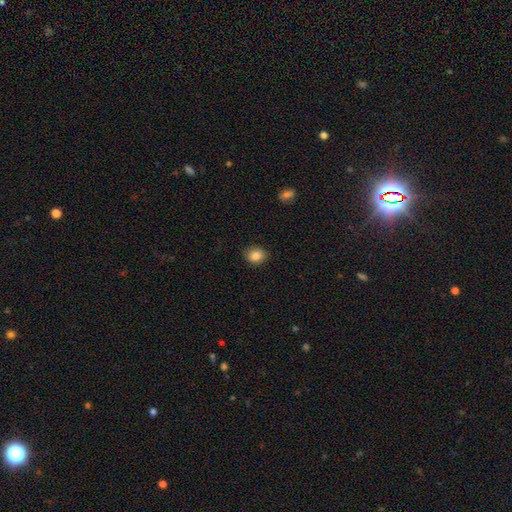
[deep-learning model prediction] A smooth galaxy with no disk features (85%) that is round (65%). Merging: none (87%).